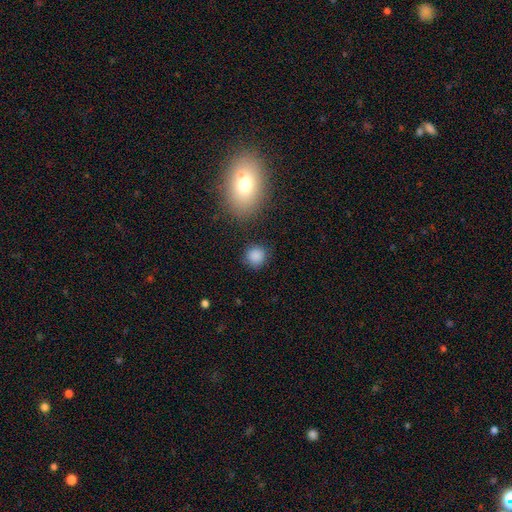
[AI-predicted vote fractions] Smooth or featured? smooth (85%)
How rounded? round (90%)
Merging? none (85%)